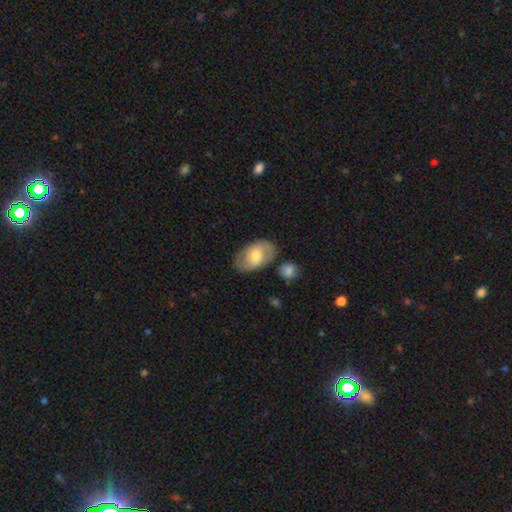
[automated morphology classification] Smooth or featured: smooth — 50% (featured or disk — 44%)
How rounded: in between — 89% (round — 9%)
Merging: none — 68% (minor disturbance — 19%)